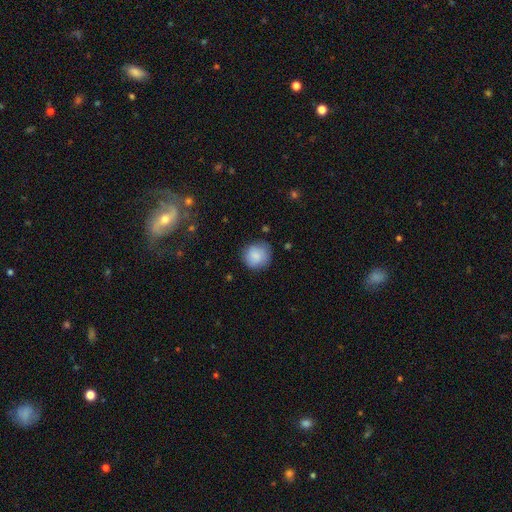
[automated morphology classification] This is clearly a smooth galaxy (86%). How rounded: clearly round (89%). Merging: likely none (77%).